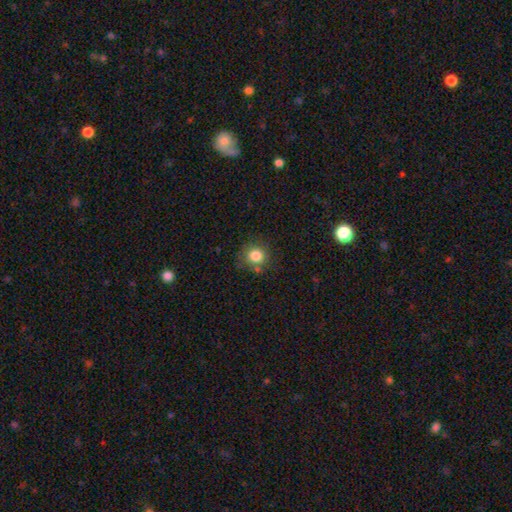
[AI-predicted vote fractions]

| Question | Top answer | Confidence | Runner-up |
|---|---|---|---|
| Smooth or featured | smooth | 82% | star or artifact (11%) |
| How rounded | round | 87% | in between (12%) |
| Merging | none | 75% | minor disturbance (15%) |